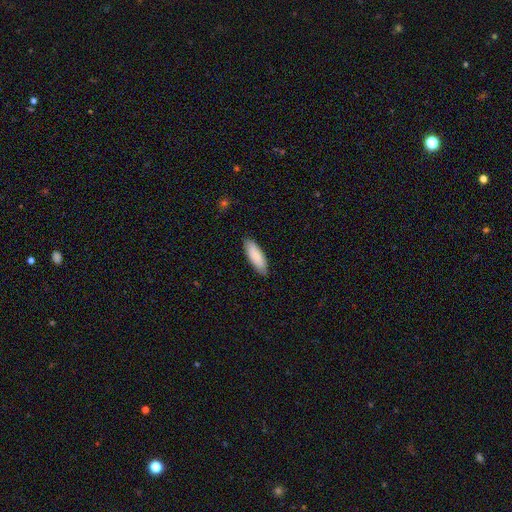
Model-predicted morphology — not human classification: Smooth or featured: smooth — 86% (featured or disk — 9%)
How rounded: in between — 60% (cigar-shaped — 39%)
Merging: none — 86% (minor disturbance — 11%)